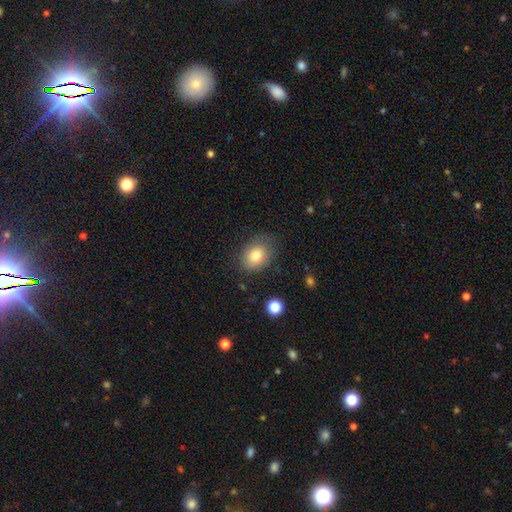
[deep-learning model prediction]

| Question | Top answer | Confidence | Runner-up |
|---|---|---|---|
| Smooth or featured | smooth | 79% | featured or disk (13%) |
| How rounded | in between | 69% | round (30%) |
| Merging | none | 72% | minor disturbance (20%) |